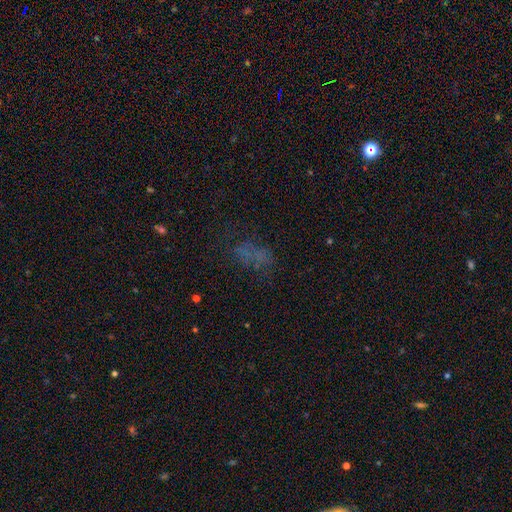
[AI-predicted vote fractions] A smooth galaxy with no disk features (47%). Merging: none (52%).